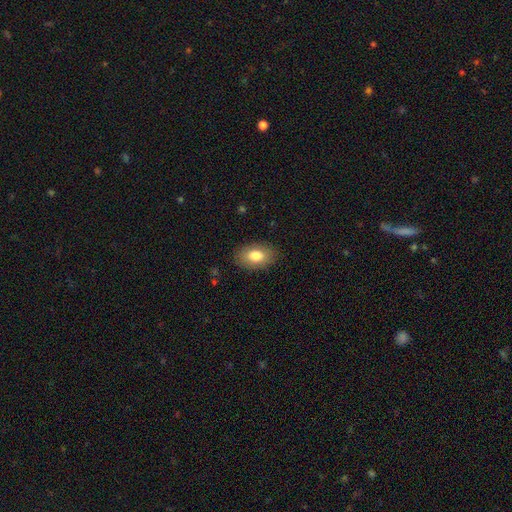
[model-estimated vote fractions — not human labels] Overall: smooth (79%). How rounded: in between (89%). Merging: none (86%).